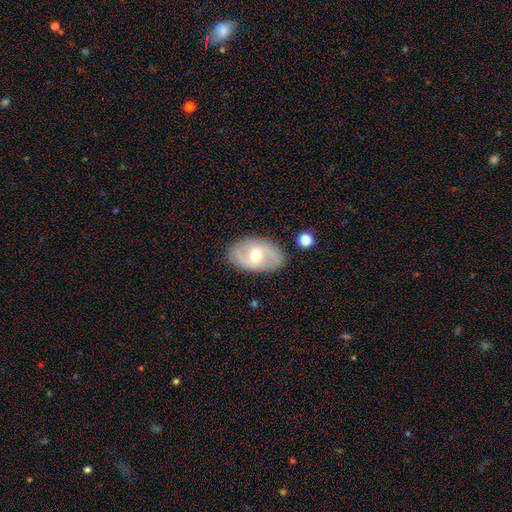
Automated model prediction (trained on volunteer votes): smooth_or_featured: featured or disk (p=0.72) [alt: smooth p=0.22]
disk_edge_on: no (p=0.95) [alt: yes p=0.05]
bar: weak (p=0.48) [alt: no p=0.37]
has_spiral_arms: yes (p=0.83) [alt: no p=0.17]
spiral_winding: medium (p=0.46) [alt: loose p=0.34]
spiral_arm_count: 2 (p=0.86) [alt: can't tell p=0.08]
bulge_size: moderate (p=0.72) [alt: small p=0.20]
merging: none (p=0.85) [alt: minor disturbance p=0.11]